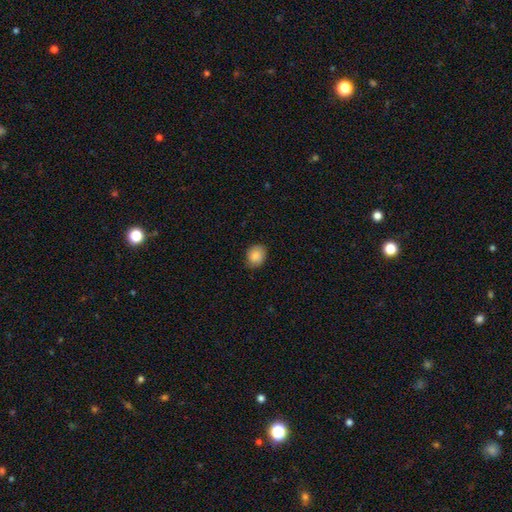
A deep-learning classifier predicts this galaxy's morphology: This appears to be a smooth galaxy with no disk features (87%) that is round (62%). Merging: none (81%).